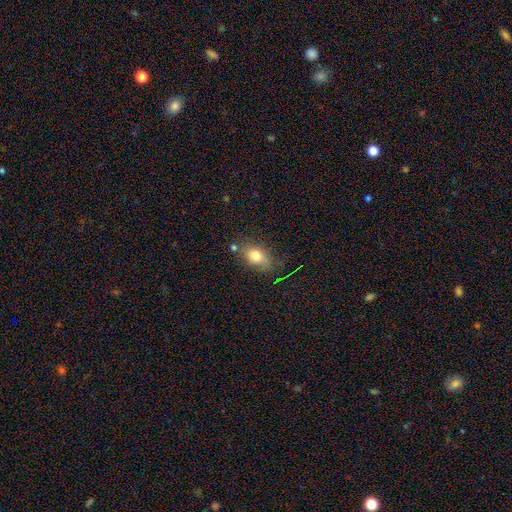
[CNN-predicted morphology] A smooth galaxy with no disk features (75%) that is in between round and cigar-shaped (77%). Merging: none (68%).